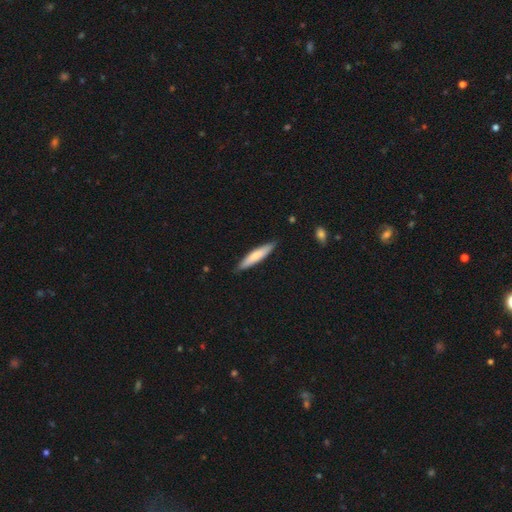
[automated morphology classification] Smooth or featured? Predicted: smooth (p=0.72). How rounded? Predicted: cigar-shaped (p=0.84). Merging? Predicted: none (p=0.86).